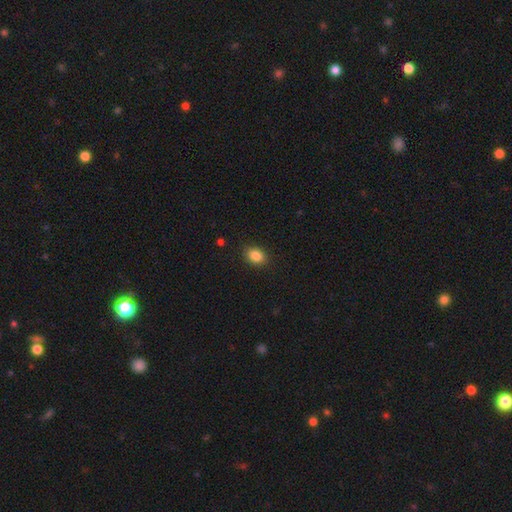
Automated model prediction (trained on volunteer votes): The model was most divided on "how rounded": in between: 61%, round: 38%, cigar-shaped: 1%. More confident: merging — none (89%); smooth or featured — smooth (86%).